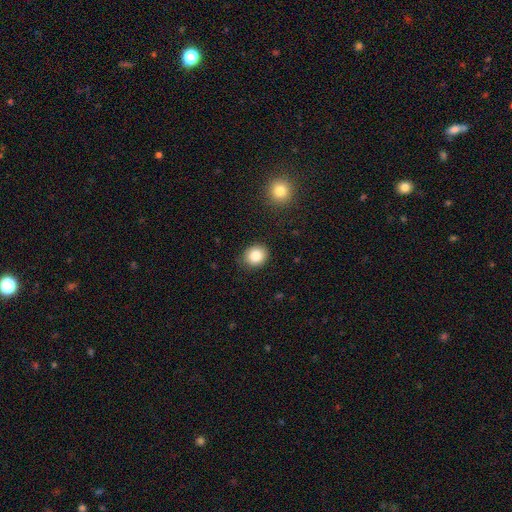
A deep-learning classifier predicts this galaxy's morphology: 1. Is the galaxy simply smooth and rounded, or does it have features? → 84% smooth, 9% star or artifact, 6% featured or disk.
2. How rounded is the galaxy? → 72% round, 27% in between, 1% cigar-shaped.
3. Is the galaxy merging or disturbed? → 86% none, 10% minor disturbance, 3% major disturbance, 1% merger.